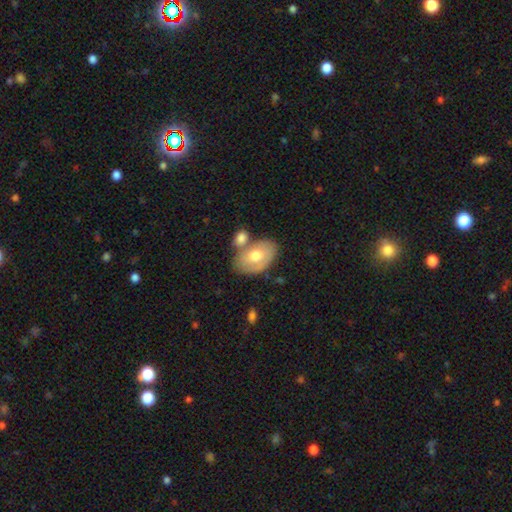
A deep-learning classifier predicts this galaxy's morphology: A smooth galaxy with no disk features (58%) that is in between round and cigar-shaped (88%). Merging: none (48%).